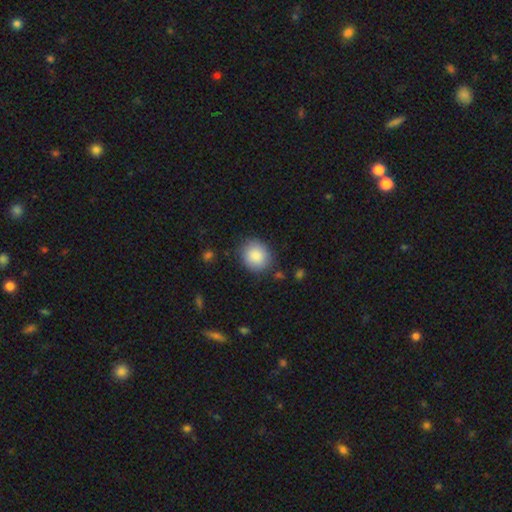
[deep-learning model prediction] smooth 88%, star or artifact 7%, featured or disk 5%. Down the decision tree: how rounded — round (78%); merging — none (85%).